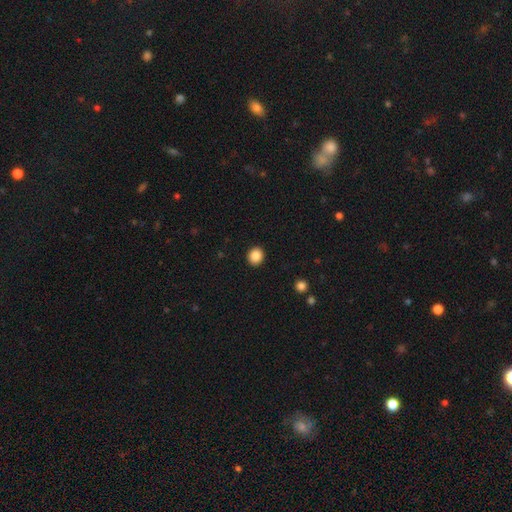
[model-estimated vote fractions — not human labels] A smooth galaxy with no disk features (86%) that is round (81%). Merging: none (93%).